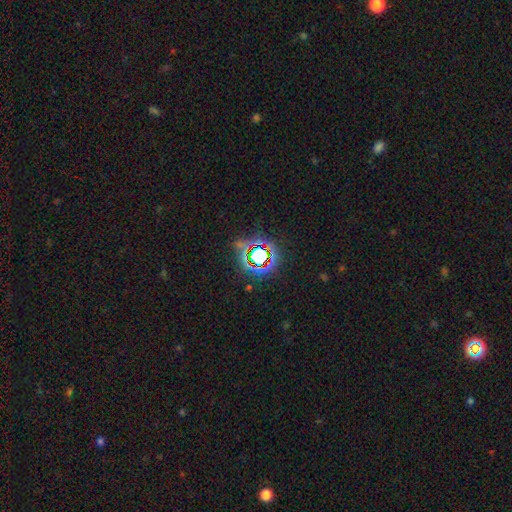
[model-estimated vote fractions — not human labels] This appears to be a star or artifact, not a galaxy (73%).